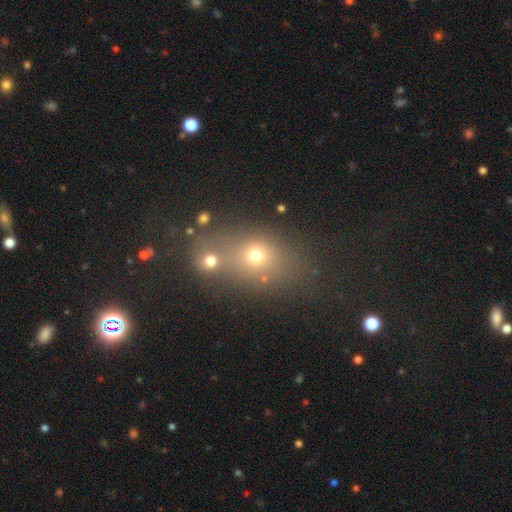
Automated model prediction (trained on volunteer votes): Smooth or featured? smooth (65%)
How rounded? round (53%)
Merging? none (43%)